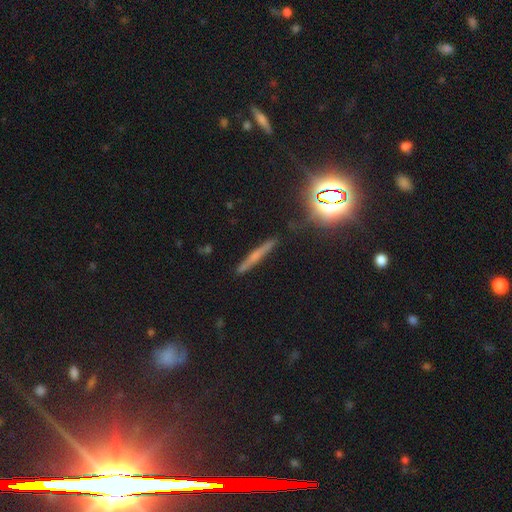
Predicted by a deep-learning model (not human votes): Q: Smooth or featured?
A: featured or disk (43%); runner-up: smooth (36%)
Q: Merging?
A: none (86%); runner-up: minor disturbance (9%)